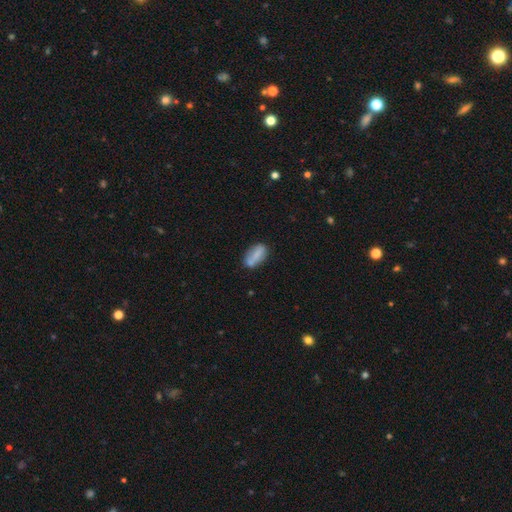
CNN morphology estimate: Overall: smooth (73%). How rounded: in between (84%). Merging: none (62%).